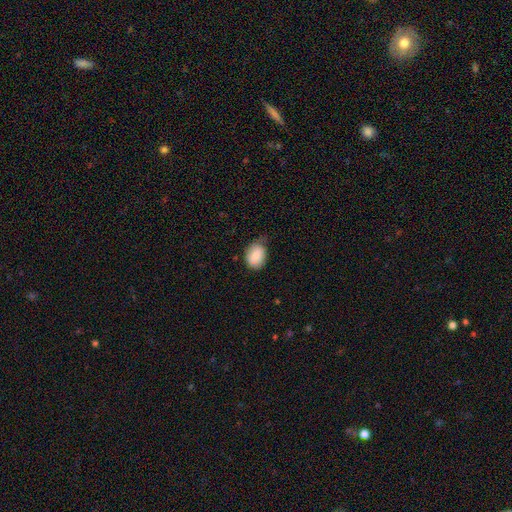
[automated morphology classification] Smooth or featured? Predicted: smooth (p=0.83). How rounded? Predicted: in between (p=0.71). Merging? Predicted: none (p=0.52).